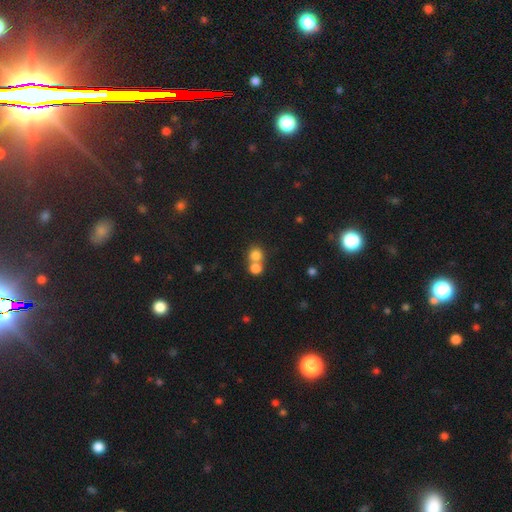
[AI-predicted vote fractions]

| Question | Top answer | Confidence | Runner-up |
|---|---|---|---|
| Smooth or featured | smooth | 79% | star or artifact (12%) |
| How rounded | round | 85% | in between (14%) |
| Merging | merger | 53% | none (39%) |